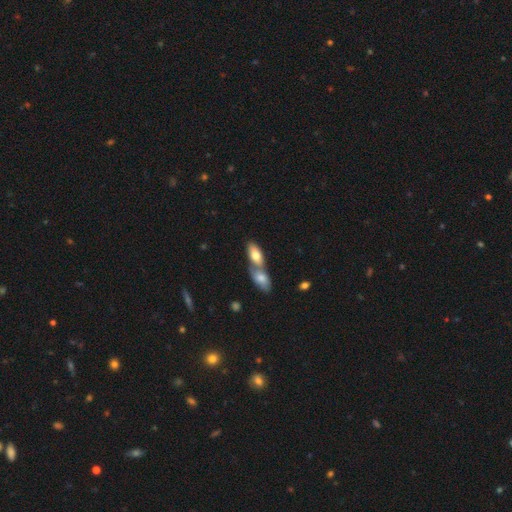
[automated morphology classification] Smooth or featured? Predicted: smooth (p=0.73). How rounded? Predicted: in between (p=0.84). Merging? Predicted: merger (p=0.66).